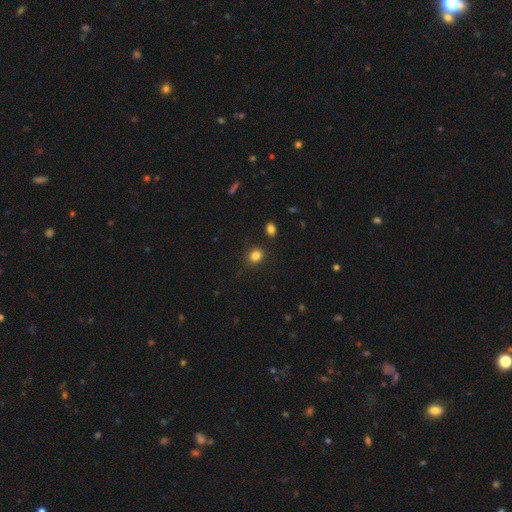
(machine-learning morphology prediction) type=smooth (83%); roundness=round (64%); merging=none (85%).